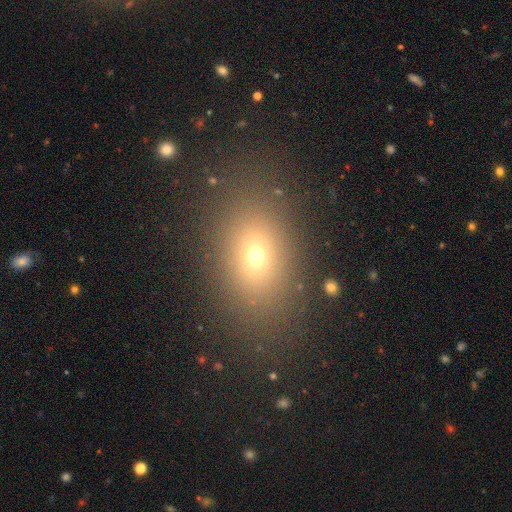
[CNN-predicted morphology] Q: Smooth or featured?
A: smooth (64%); runner-up: star or artifact (22%)
Q: How rounded?
A: in between (71%); runner-up: round (26%)
Q: Merging?
A: none (84%); runner-up: minor disturbance (9%)